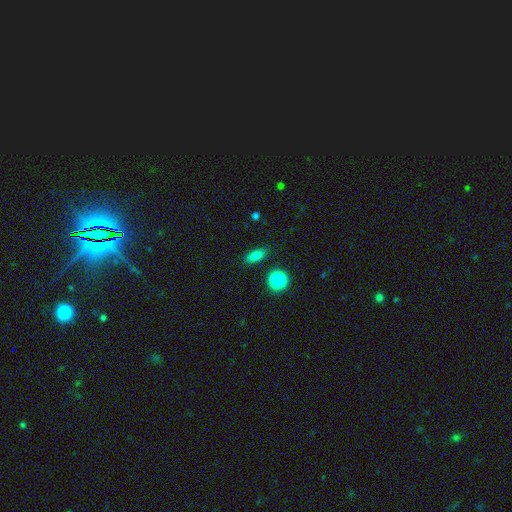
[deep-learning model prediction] A smooth galaxy with no disk features (79%) that is in between round and cigar-shaped (72%).

Vote fractions:
- Smooth or featured? smooth: 79% / star or artifact: 15% / featured or disk: 6%
- How rounded? in between: 72% / cigar-shaped: 15% / round: 12%
- Merging? none: 84% / minor disturbance: 11% / major disturbance: 3% / merger: 2%